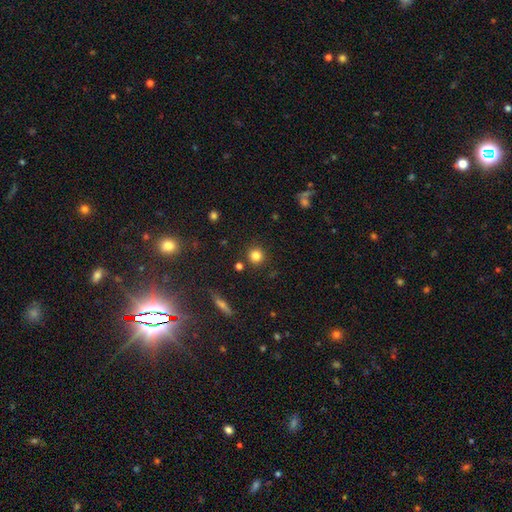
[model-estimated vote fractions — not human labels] smooth_or_featured: smooth (p=0.82) [alt: star or artifact p=0.12]
how_rounded: round (p=0.93) [alt: in between p=0.05]
merging: none (p=0.87) [alt: minor disturbance p=0.06]